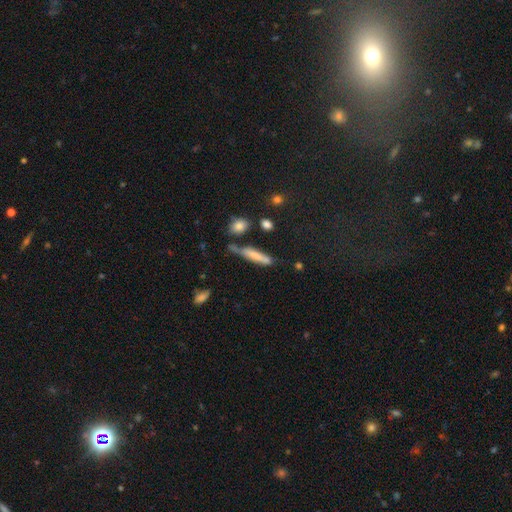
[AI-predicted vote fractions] A smooth galaxy with no disk features (67%) that is cigar-shaped (80%).

Vote fractions:
- Smooth or featured? smooth: 67% / featured or disk: 25% / star or artifact: 9%
- How rounded? cigar-shaped: 80% / in between: 18% / round: 2%
- Merging? none: 57% / minor disturbance: 23% / merger: 12% / major disturbance: 9%